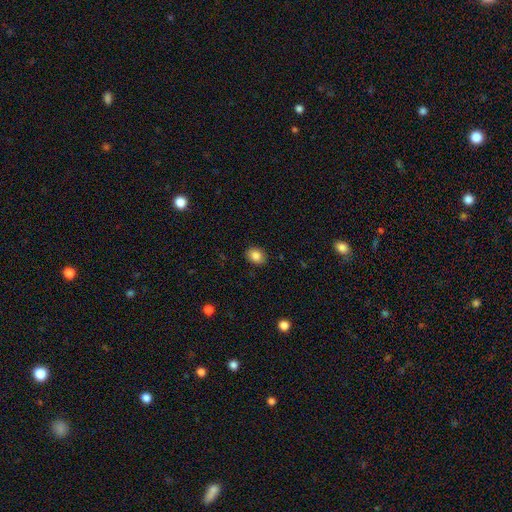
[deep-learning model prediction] Q: Smooth or featured?
A: smooth (85%); runner-up: star or artifact (9%)
Q: How rounded?
A: in between (56%); runner-up: round (43%)
Q: Merging?
A: none (89%); runner-up: minor disturbance (8%)